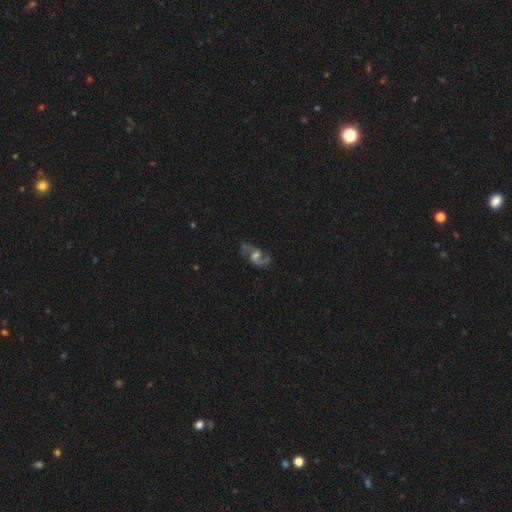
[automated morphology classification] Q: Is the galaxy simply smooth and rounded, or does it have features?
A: featured or disk — 87%.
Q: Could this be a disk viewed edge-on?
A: no — 97%.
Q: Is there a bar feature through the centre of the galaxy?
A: weak — 53%.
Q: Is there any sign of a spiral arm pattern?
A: yes — 96%.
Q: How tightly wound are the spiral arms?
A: loose — 53%.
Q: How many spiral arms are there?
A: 2 — 92%.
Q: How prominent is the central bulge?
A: moderate — 48%.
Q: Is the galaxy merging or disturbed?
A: none — 71%.